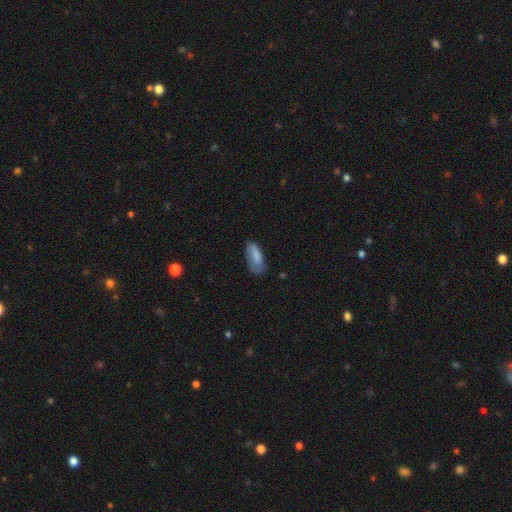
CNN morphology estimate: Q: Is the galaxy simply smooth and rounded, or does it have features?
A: smooth — 75%.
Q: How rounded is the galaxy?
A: in between — 76%.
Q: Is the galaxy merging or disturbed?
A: none — 48%.